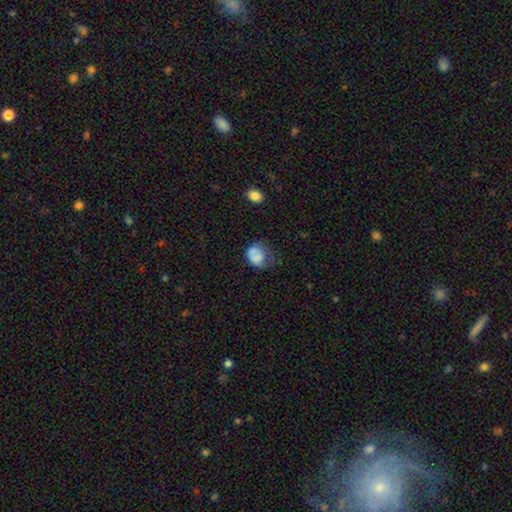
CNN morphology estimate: smooth_or_featured: smooth (p=0.70) [alt: featured or disk p=0.21]
how_rounded: in between (p=0.52) [alt: round p=0.48]
merging: minor disturbance (p=0.33) [tied with: none p=0.33]